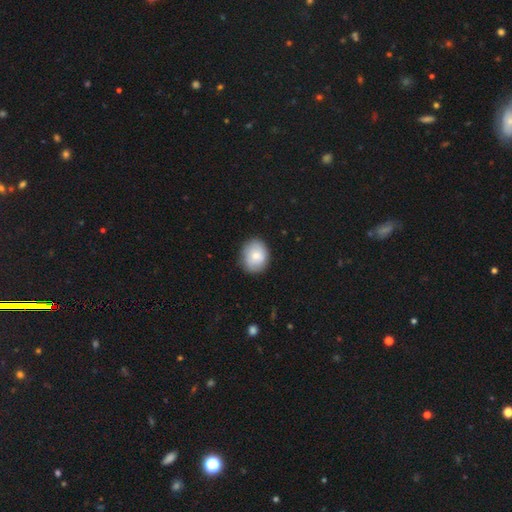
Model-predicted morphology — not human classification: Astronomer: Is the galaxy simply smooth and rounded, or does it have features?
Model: smooth — 77%.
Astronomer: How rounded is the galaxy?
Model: round — 60% (runner-up: in between, 39%).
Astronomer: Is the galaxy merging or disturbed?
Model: none — 84%.